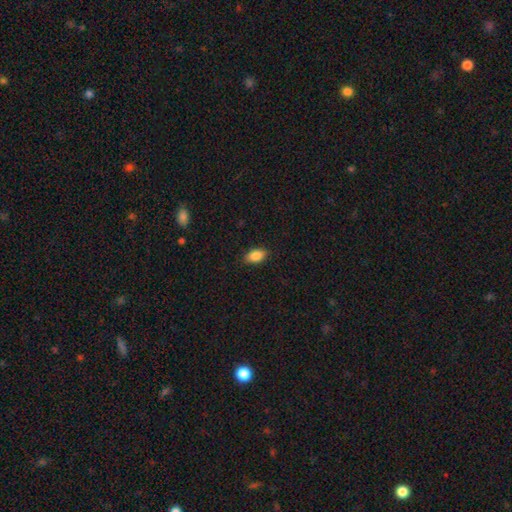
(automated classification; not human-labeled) Morphology: type=smooth (87%); roundness=in between (91%); merging=none (86%).